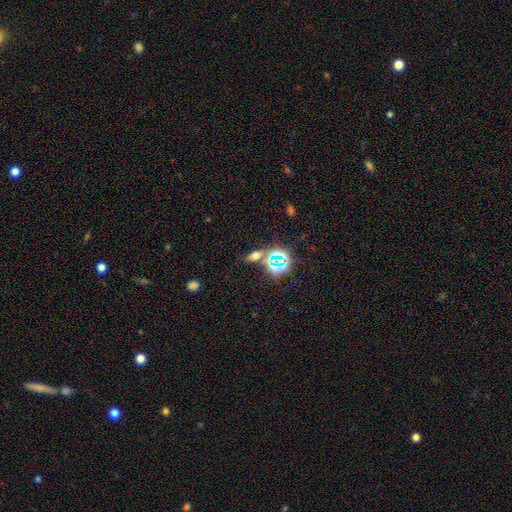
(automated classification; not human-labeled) Overall: smooth (45%; star or artifact 41%). Merging: none (71%).